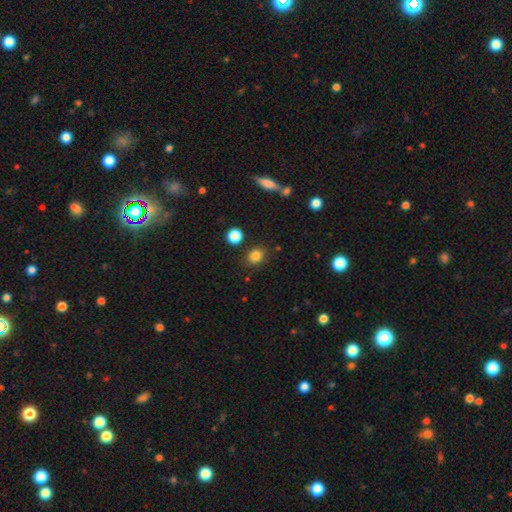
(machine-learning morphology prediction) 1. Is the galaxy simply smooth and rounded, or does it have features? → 83% smooth, 12% star or artifact, 5% featured or disk.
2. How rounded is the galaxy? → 66% round, 33% in between, 1% cigar-shaped.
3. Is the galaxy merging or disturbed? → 83% none, 10% minor disturbance, 4% merger, 3% major disturbance.